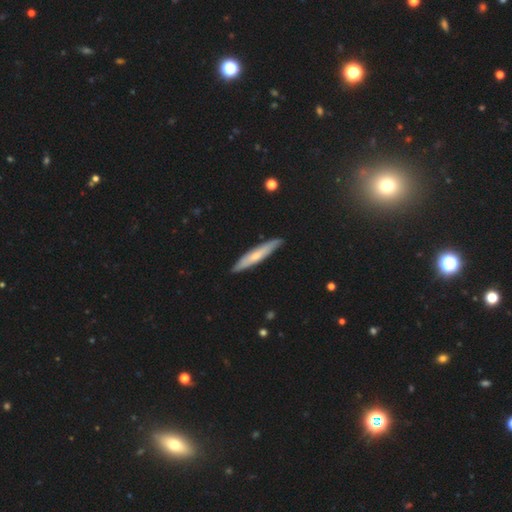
smooth 53%, featured or disk 45%, star or artifact 3%. Down the decision tree: how rounded — cigar-shaped (95%); merging — none (89%).